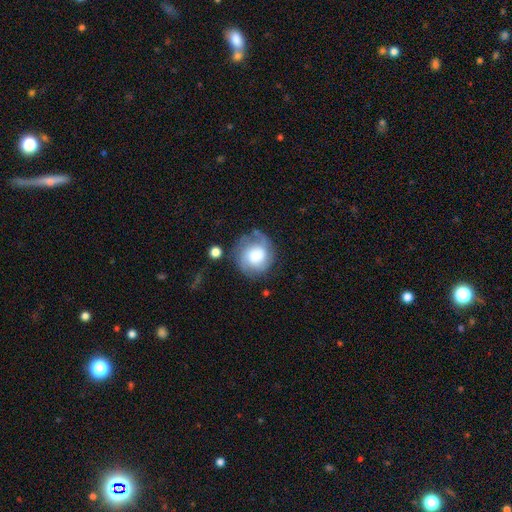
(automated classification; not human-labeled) This is possibly a smooth galaxy (51%). How rounded: clearly round (86%). Merging: likely none (60%).